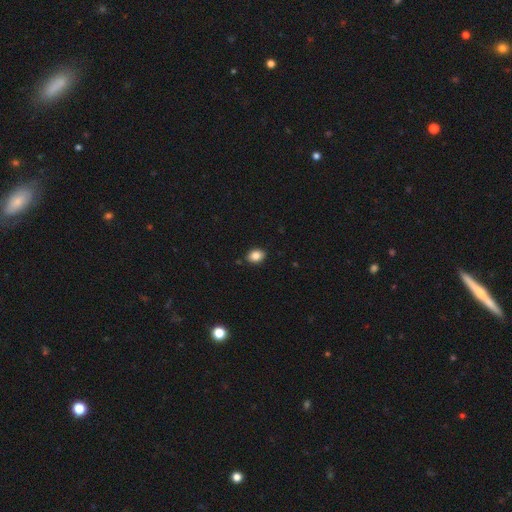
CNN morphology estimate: A smooth galaxy with no disk features (86%) that is in between round and cigar-shaped (65%).

Vote fractions:
- Smooth or featured? smooth: 86% / star or artifact: 9% / featured or disk: 5%
- How rounded? in between: 65% / round: 34% / cigar-shaped: 1%
- Merging? none: 88% / minor disturbance: 9% / major disturbance: 2% / merger: 1%